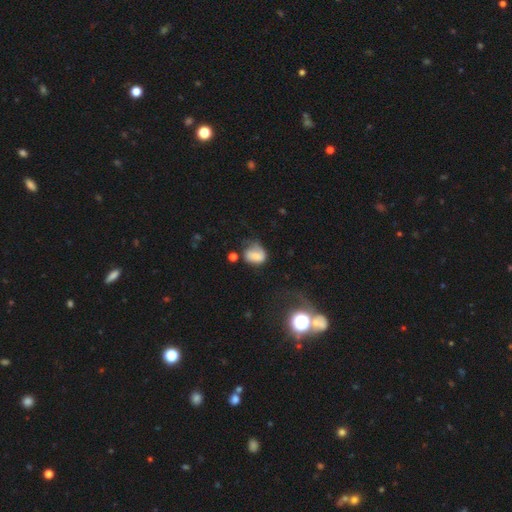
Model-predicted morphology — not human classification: A smooth galaxy with no disk features (64%) that is in between round and cigar-shaped (60%).

Vote fractions:
- Smooth or featured? smooth: 64% / featured or disk: 25% / star or artifact: 11%
- How rounded? in between: 60% / round: 39% / cigar-shaped: 1%
- Merging? none: 35% / minor disturbance: 32% / major disturbance: 26% / merger: 7%